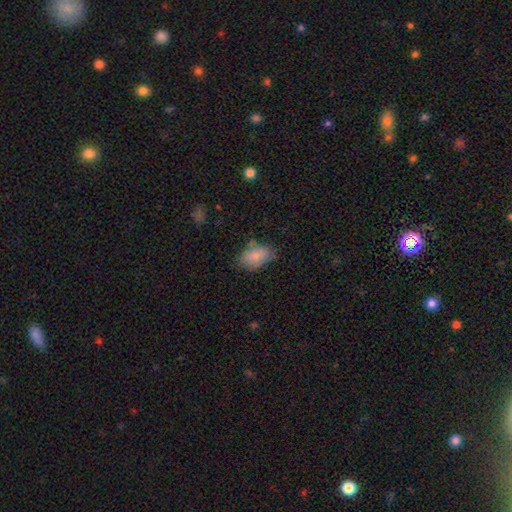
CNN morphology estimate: Smooth or featured: smooth — 81% (featured or disk — 12%)
How rounded: in between — 89% (round — 9%)
Merging: none — 63% (minor disturbance — 26%)